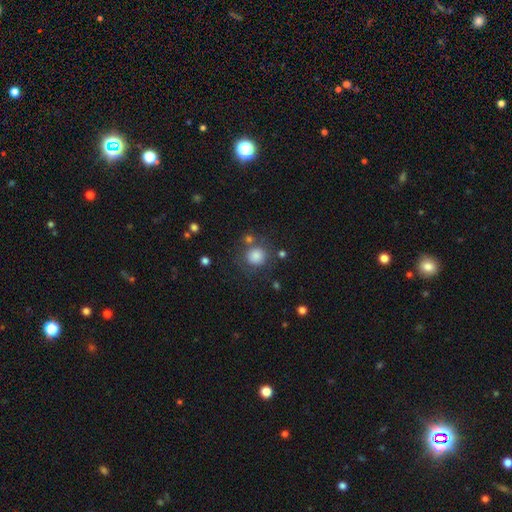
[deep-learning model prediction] The model was most divided on "merging": none: 75%, minor disturbance: 12%, merger: 7%, major disturbance: 6%. More confident: how rounded — round (90%); smooth or featured — smooth (82%).